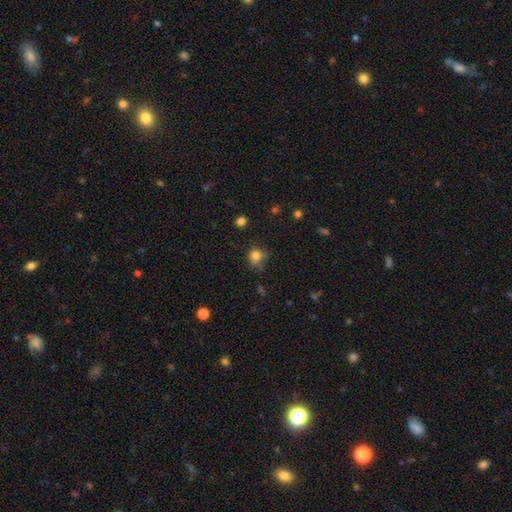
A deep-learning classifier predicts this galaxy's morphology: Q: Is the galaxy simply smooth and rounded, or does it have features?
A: smooth — 79%.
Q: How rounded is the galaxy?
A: round — 73%.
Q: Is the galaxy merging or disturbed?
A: none — 53%.